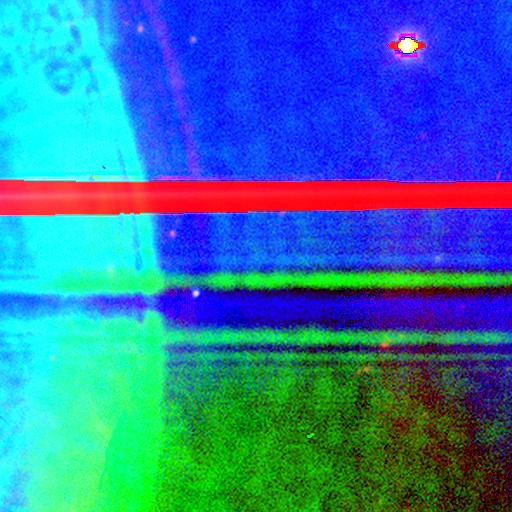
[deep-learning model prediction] This is clearly a star or artifact rather than a galaxy (88%).